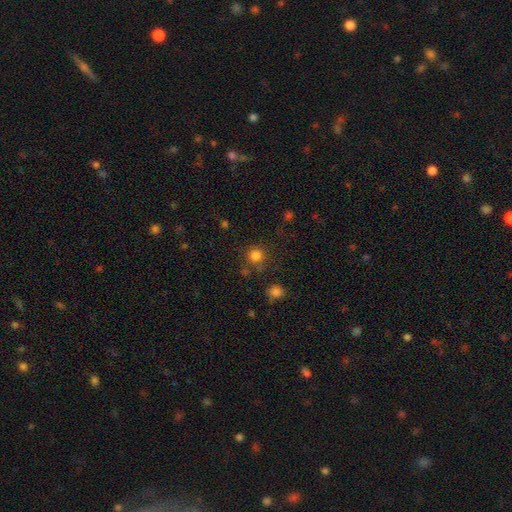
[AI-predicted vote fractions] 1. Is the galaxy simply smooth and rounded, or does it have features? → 81% smooth, 14% star or artifact, 5% featured or disk.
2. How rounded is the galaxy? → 93% round, 6% in between, 1% cigar-shaped.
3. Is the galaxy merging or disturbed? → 79% none, 9% minor disturbance, 7% merger, 4% major disturbance.